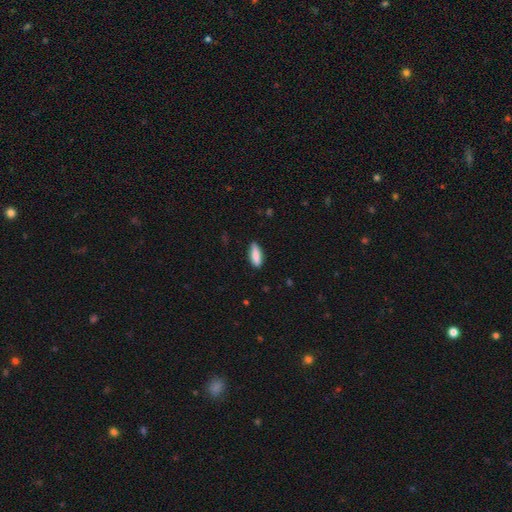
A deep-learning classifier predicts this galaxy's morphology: Q: Smooth or featured?
A: smooth (87%); runner-up: featured or disk (7%)
Q: How rounded?
A: in between (62%); runner-up: cigar-shaped (36%)
Q: Merging?
A: none (84%); runner-up: minor disturbance (13%)